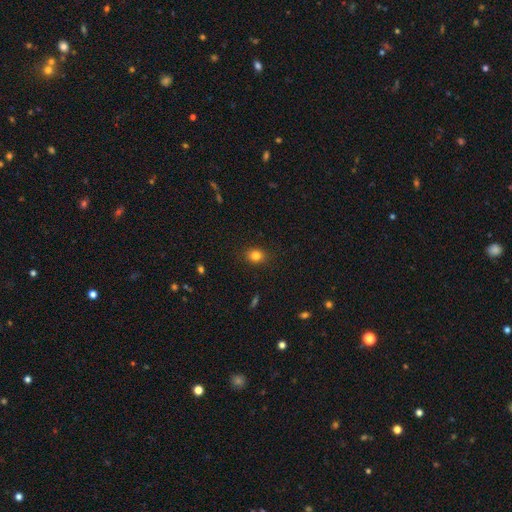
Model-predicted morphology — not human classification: The model was most divided on "how rounded": round: 59%, in between: 40%, cigar-shaped: 1%. More confident: merging — none (89%); smooth or featured — smooth (82%).